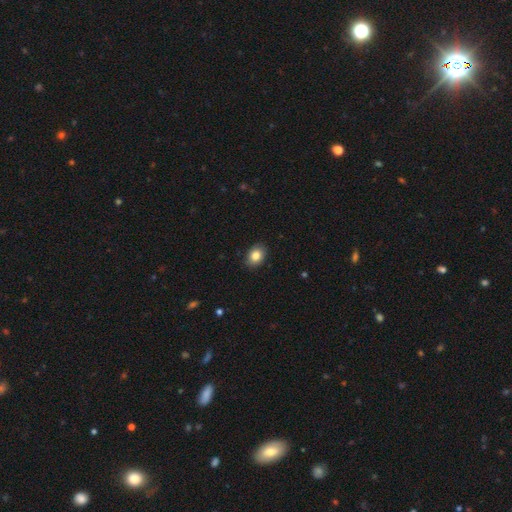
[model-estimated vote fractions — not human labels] Morphology: type=smooth (84%); roundness=in between (71%); merging=none (88%).